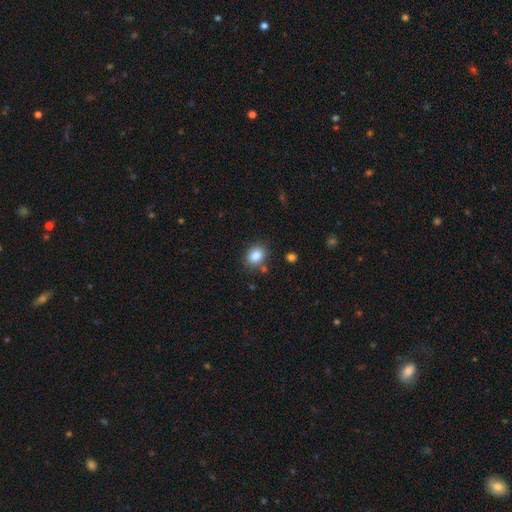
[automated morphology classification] A smooth galaxy with no disk features (85%) that is in between round and cigar-shaped (59%).

Vote fractions:
- Smooth or featured? smooth: 85% / star or artifact: 9% / featured or disk: 6%
- How rounded? in between: 59% / round: 40% / cigar-shaped: 1%
- Merging? none: 81% / minor disturbance: 12% / merger: 5% / major disturbance: 3%